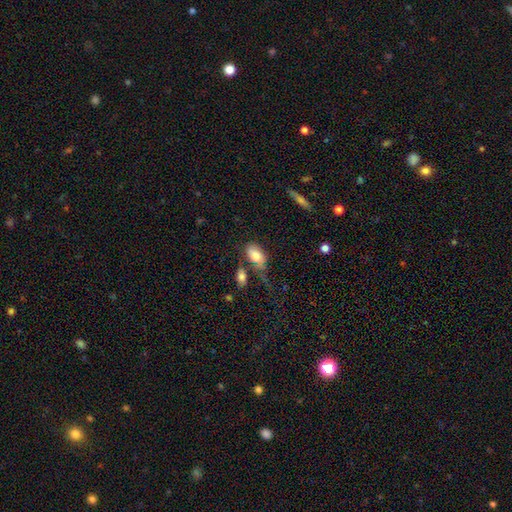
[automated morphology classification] Smooth or featured? smooth (78%)
How rounded? in between (92%)
Merging? none (41%)